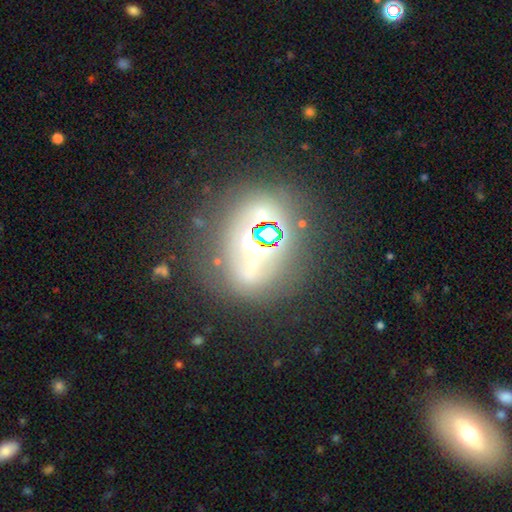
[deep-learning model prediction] This appears to be a star or artifact, not a galaxy (53%).